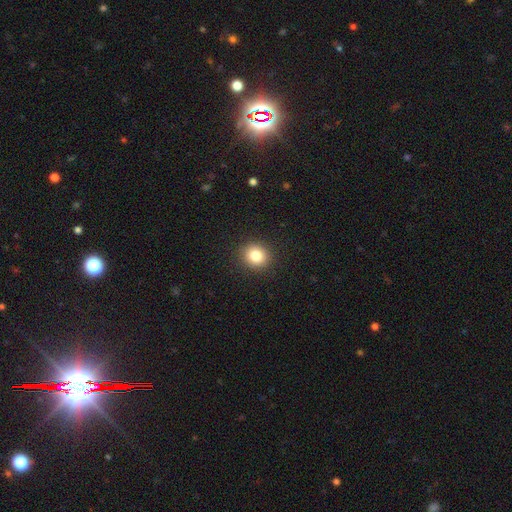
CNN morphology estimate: smooth 83%, star or artifact 11%, featured or disk 7%. Down the decision tree: how rounded — round (81%); merging — none (91%).